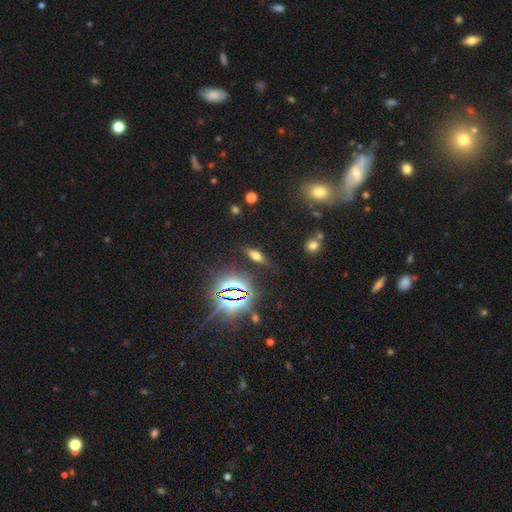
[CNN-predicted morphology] Smooth or featured? smooth (47%)
Merging? none (82%)